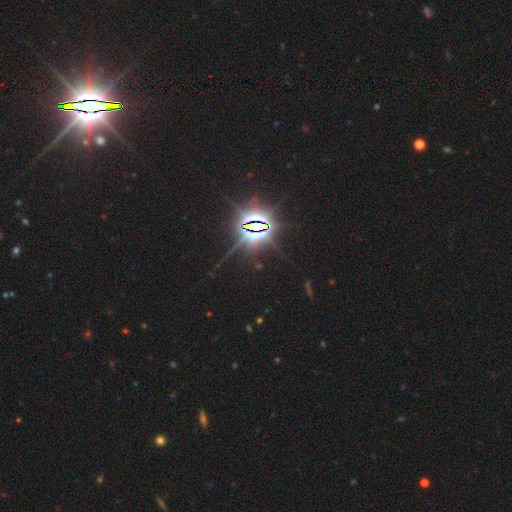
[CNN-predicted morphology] A star or artifact, not a galaxy (86%).